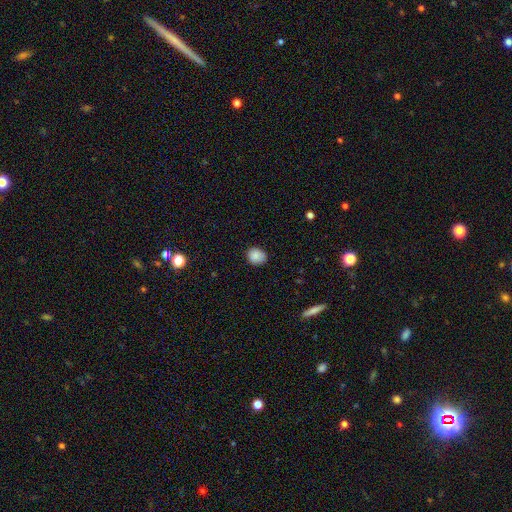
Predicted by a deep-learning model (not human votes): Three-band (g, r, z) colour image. It shows a smooth galaxy with no disk features (86%) that is round (65%). Merging: none (82%).